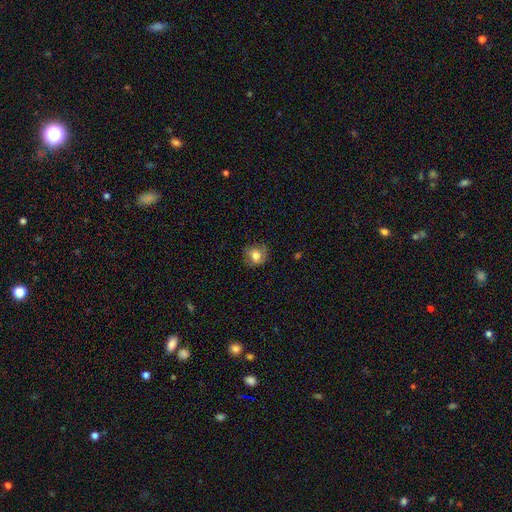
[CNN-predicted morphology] Overall: smooth (76%). How rounded: round (79%). Merging: none (76%).